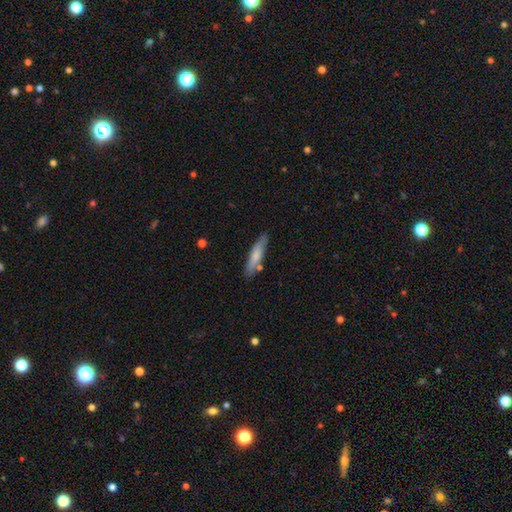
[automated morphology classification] A smooth galaxy with no disk features (69%) that is cigar-shaped (80%).

Vote fractions:
- Smooth or featured? smooth: 69% / featured or disk: 25% / star or artifact: 6%
- How rounded? cigar-shaped: 80% / in between: 19% / round: 1%
- Merging? none: 78% / minor disturbance: 14% / merger: 5% / major disturbance: 3%